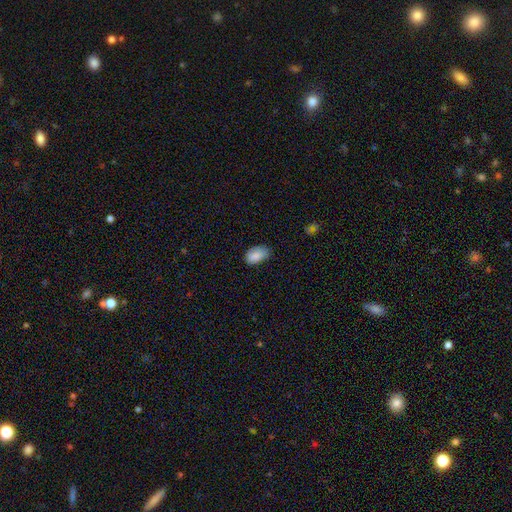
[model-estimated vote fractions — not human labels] The model was most divided on "merging": none: 62%, minor disturbance: 31%, major disturbance: 6%, merger: 1%. More confident: how rounded — in between (92%); smooth or featured — smooth (85%).